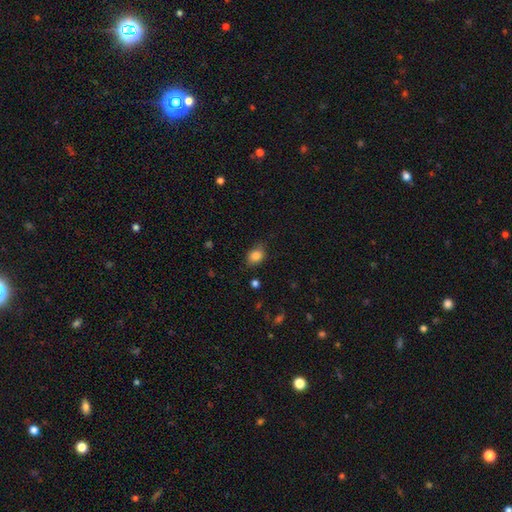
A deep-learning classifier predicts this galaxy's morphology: Smooth or featured?
  - smooth: 84% *
  - star or artifact: 9%
  - featured or disk: 6%
How rounded?
  - in between: 63% *
  - round: 36%
  - cigar-shaped: 1%
Merging?
  - none: 68% *
  - minor disturbance: 25%
  - major disturbance: 5%
  - merger: 2%